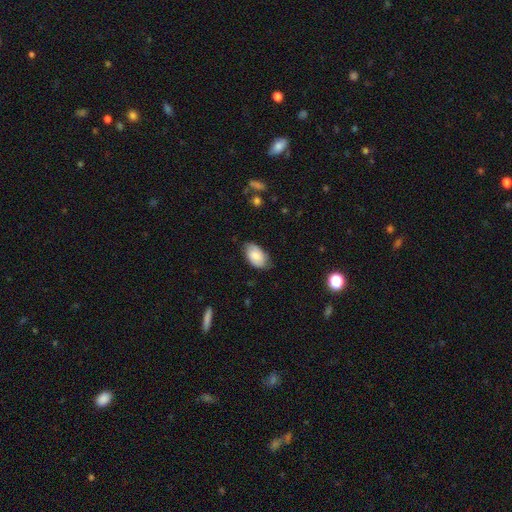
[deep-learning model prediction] Morphology: type=smooth (75%); roundness=in between (94%); merging=none (74%).